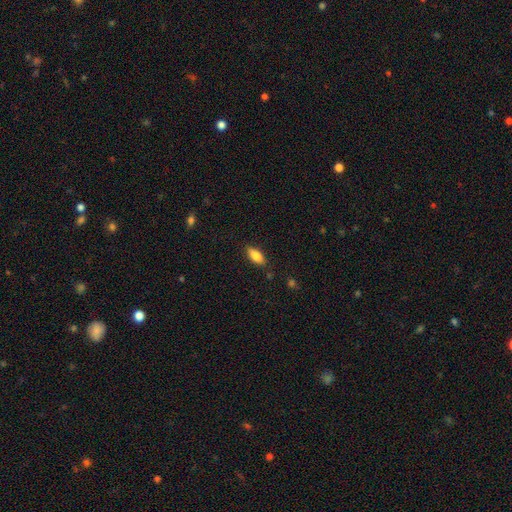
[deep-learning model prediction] Smooth or featured?
  - smooth: 82% *
  - featured or disk: 11%
  - star or artifact: 7%
How rounded?
  - in between: 82% *
  - cigar-shaped: 16%
  - round: 2%
Merging?
  - none: 85% *
  - minor disturbance: 11%
  - major disturbance: 2%
  - merger: 2%